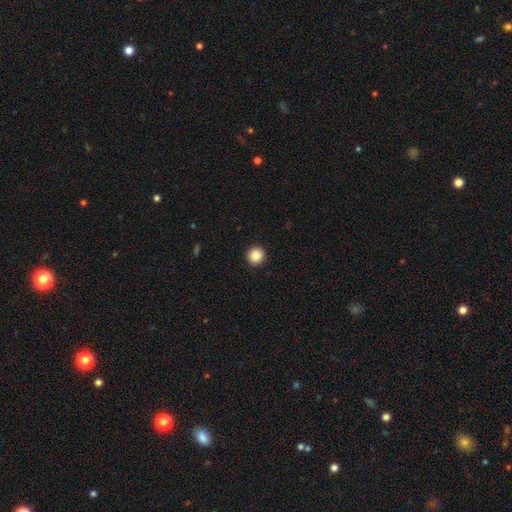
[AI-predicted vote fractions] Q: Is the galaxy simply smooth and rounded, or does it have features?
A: smooth — 85%.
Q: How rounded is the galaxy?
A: round — 95%.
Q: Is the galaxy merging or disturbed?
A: none — 94%.